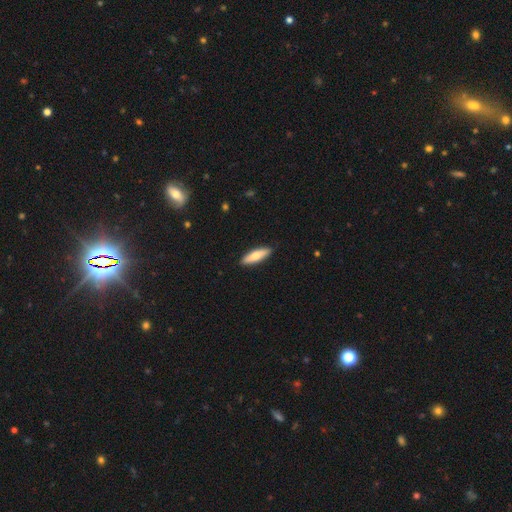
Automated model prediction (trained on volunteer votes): The model was most divided on "how rounded": cigar-shaped: 60%, in between: 39%, round: 2%. More confident: merging — none (90%); smooth or featured — smooth (70%).